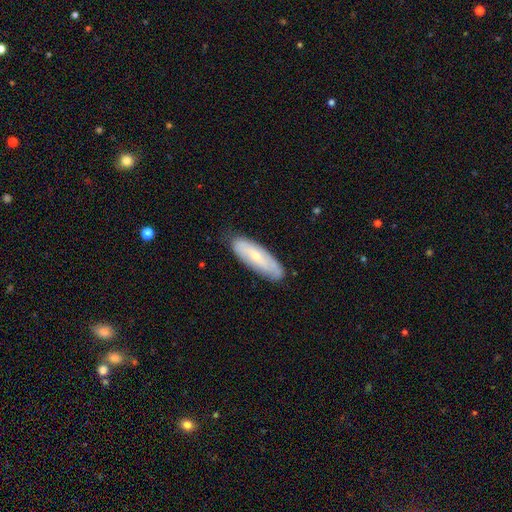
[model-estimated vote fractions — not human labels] Overall: featured or disk (48%; smooth 46%). Merging: none (80%).